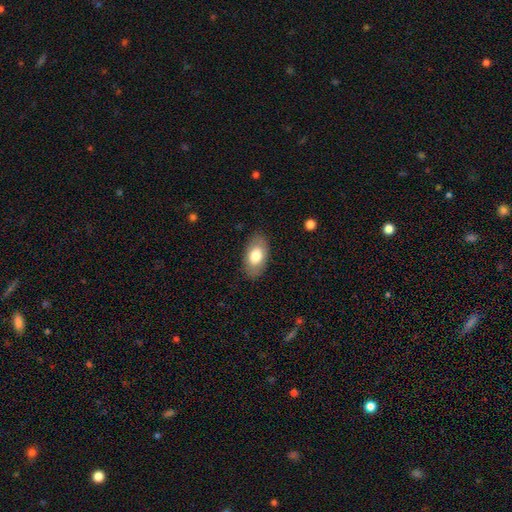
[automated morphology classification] smooth_or_featured: smooth (p=0.75) [alt: featured or disk p=0.19]
how_rounded: in between (p=0.93) [alt: round p=0.05]
merging: none (p=0.84) [alt: minor disturbance p=0.12]